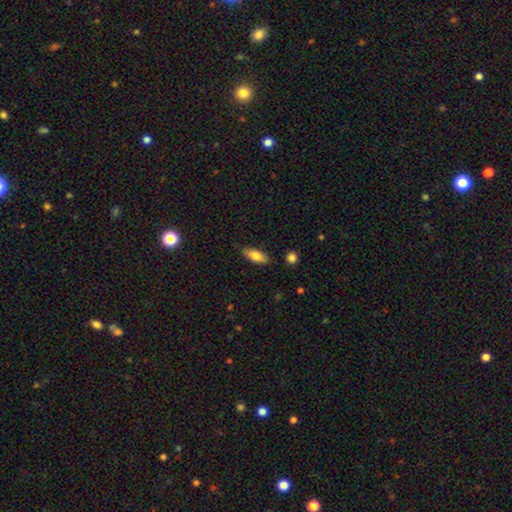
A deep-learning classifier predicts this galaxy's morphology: smooth 78%, featured or disk 15%, star or artifact 7%. Down the decision tree: how rounded — in between (80%); merging — none (84%).